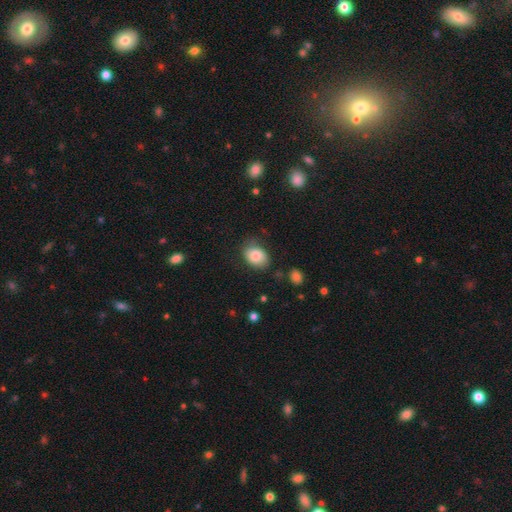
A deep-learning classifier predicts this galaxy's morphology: Overall: smooth (82%). How rounded: in between (72%). Merging: none (65%; minor disturbance 25%).